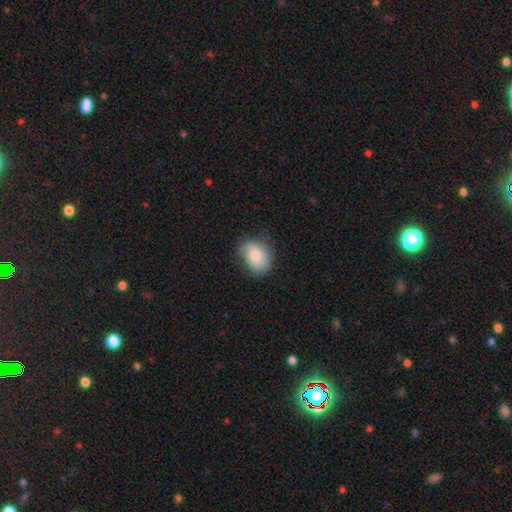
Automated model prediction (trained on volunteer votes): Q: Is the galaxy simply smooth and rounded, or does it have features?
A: smooth — 74%.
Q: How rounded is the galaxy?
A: in between — 67%.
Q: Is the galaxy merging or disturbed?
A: none — 65%.